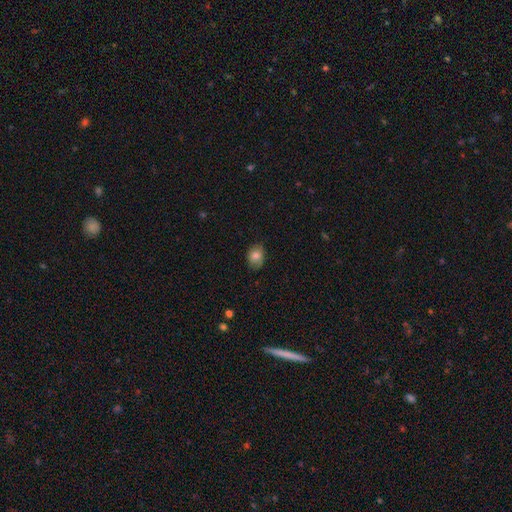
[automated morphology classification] smooth_or_featured: smooth (p=0.78) [alt: featured or disk p=0.13]
how_rounded: in between (p=0.64) [alt: round p=0.35]
merging: none (p=0.76) [alt: minor disturbance p=0.20]